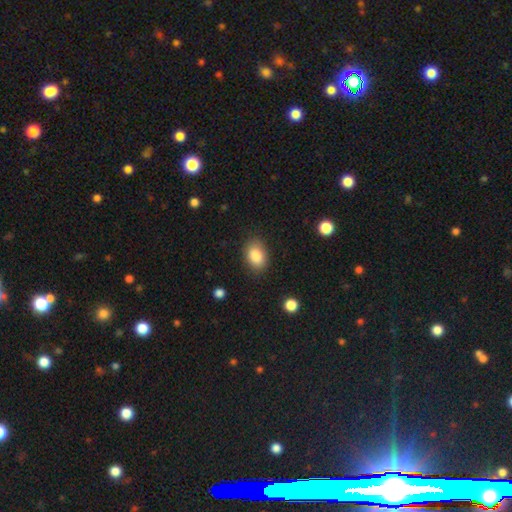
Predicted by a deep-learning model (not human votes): smooth_or_featured: smooth (p=0.86) [alt: star or artifact p=0.08]
how_rounded: in between (p=0.82) [alt: round p=0.17]
merging: none (p=0.85) [alt: minor disturbance p=0.11]